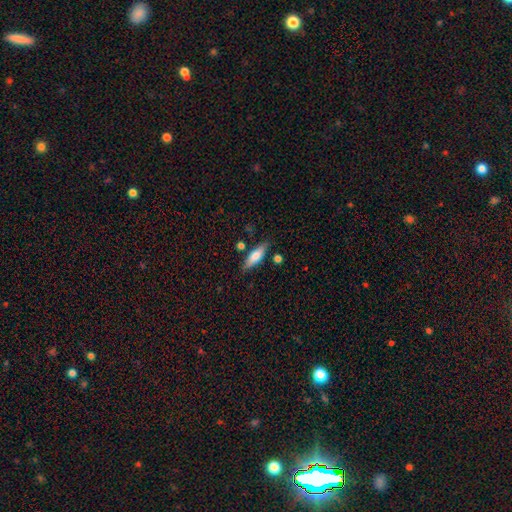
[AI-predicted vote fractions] Morphology: type=smooth (70%); roundness=in between (52%); merging=none (78%).